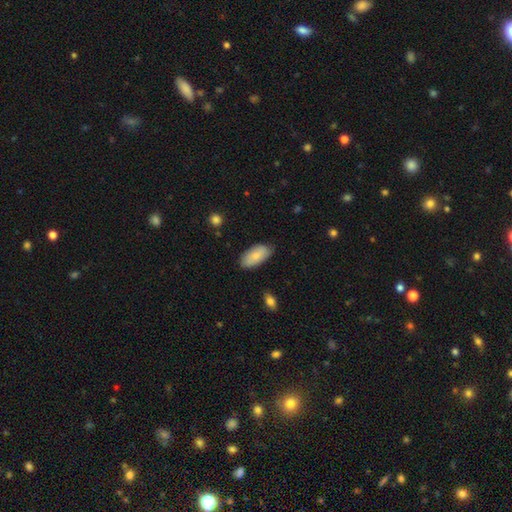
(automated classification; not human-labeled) smooth-or-featured: smooth: 79% | featured or disk: 15% | star or artifact: 6%
  how-rounded: in between: 93% | cigar-shaped: 5% | round: 2%
  merging: none: 79% | minor disturbance: 17% | major disturbance: 3% | merger: 1%